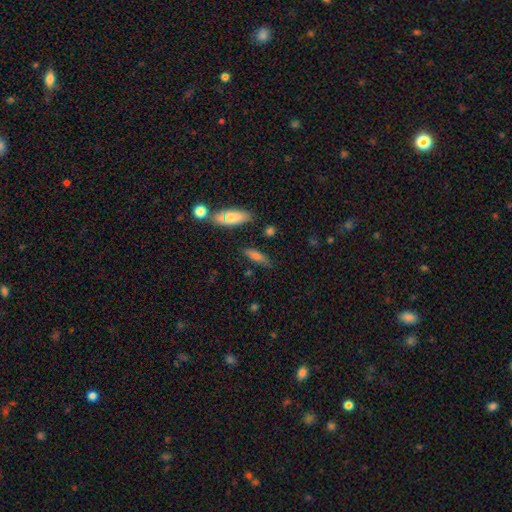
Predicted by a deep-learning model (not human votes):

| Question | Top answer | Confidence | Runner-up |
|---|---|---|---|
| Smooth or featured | smooth | 71% | featured or disk (18%) |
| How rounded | cigar-shaped | 53% | in between (43%) |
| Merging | none | 76% | minor disturbance (14%) |